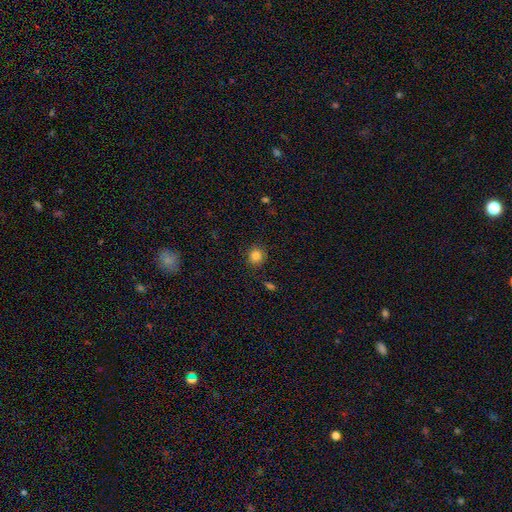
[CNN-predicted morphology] Smooth or featured? smooth (83%)
How rounded? round (88%)
Merging? none (87%)